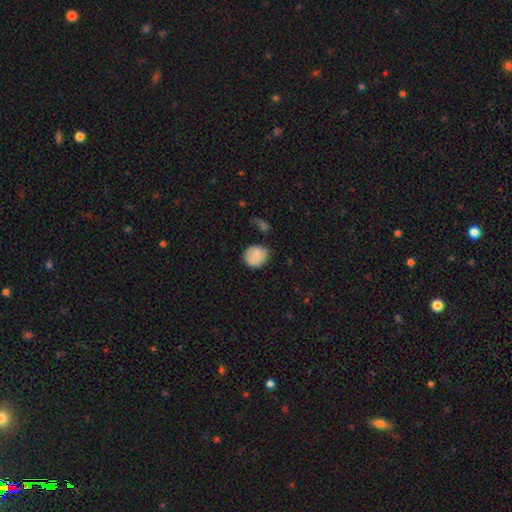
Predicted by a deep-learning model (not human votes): The model was most divided on "merging": none: 64%, minor disturbance: 25%, major disturbance: 7%, merger: 4%. More confident: how rounded — round (78%); smooth or featured — smooth (77%).